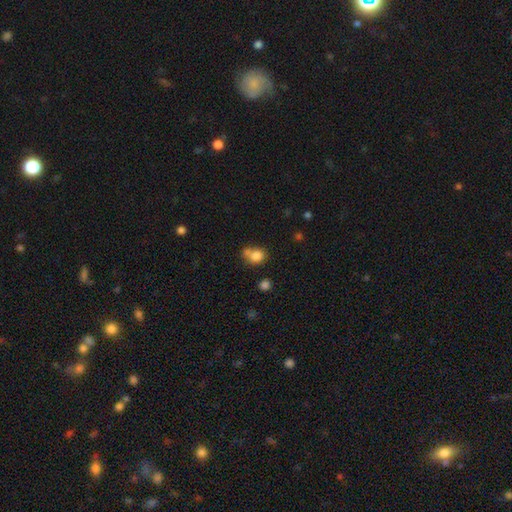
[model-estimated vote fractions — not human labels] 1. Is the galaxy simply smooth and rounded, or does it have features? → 81% smooth, 11% star or artifact, 8% featured or disk.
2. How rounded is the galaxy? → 68% round, 31% in between, 1% cigar-shaped.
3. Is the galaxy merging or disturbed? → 44% none, 35% merger, 14% minor disturbance, 6% major disturbance.